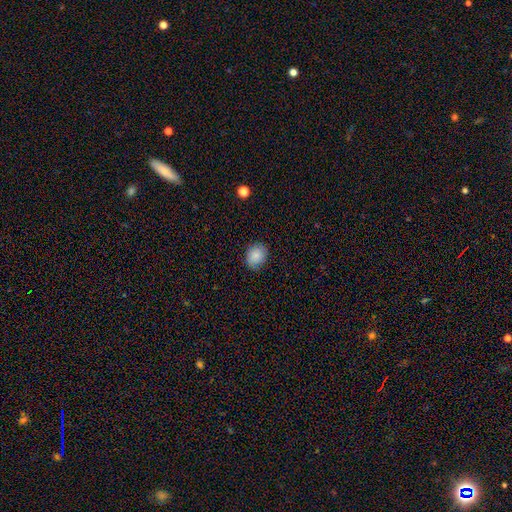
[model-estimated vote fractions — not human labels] The model was most divided on "how rounded": round: 51%, in between: 48%, cigar-shaped: 1%. More confident: smooth or featured — smooth (87%); merging — none (84%).